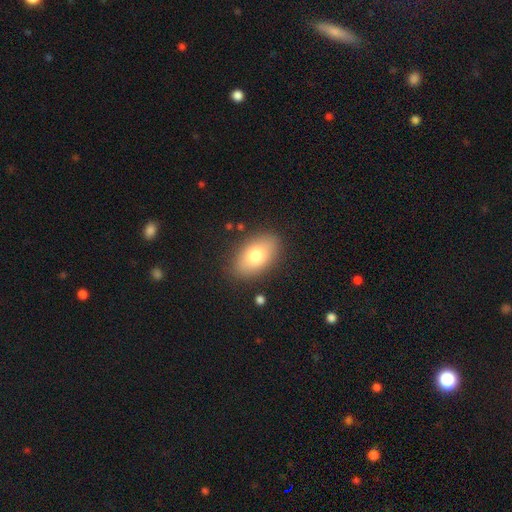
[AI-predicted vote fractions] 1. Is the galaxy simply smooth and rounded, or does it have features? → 77% smooth, 16% featured or disk, 8% star or artifact.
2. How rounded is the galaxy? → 91% in between, 7% round, 2% cigar-shaped.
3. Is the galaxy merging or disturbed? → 84% none, 11% minor disturbance, 3% major disturbance, 2% merger.